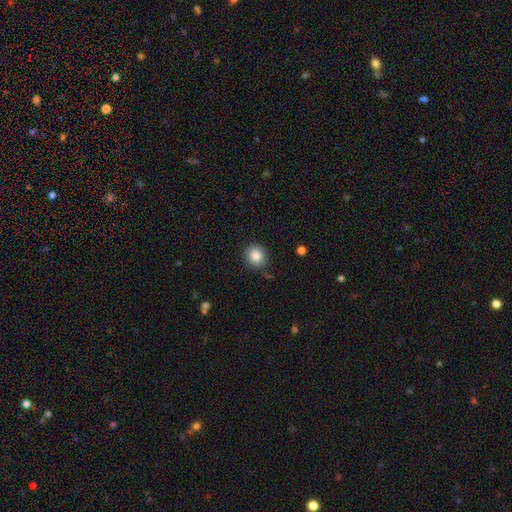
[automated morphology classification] type=smooth (85%); roundness=round (87%); merging=none (84%).